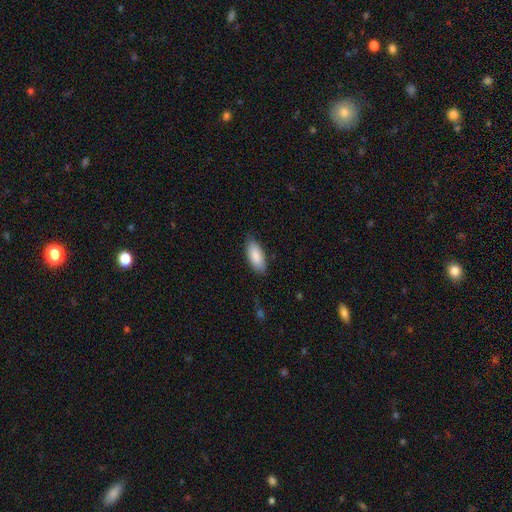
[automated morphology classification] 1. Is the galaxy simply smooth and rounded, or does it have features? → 88% smooth, 7% featured or disk, 5% star or artifact.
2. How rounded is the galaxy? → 87% in between, 12% cigar-shaped, 2% round.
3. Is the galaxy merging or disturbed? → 81% none, 16% minor disturbance, 3% major disturbance, 1% merger.